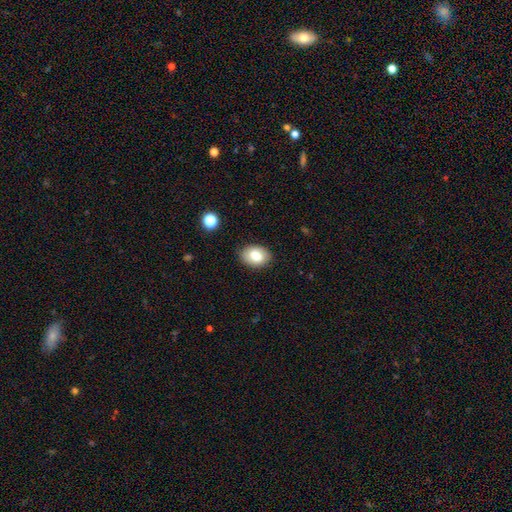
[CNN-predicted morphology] smooth_or_featured: smooth (p=0.78) [alt: featured or disk p=0.14]
how_rounded: in between (p=0.76) [alt: round p=0.23]
merging: none (p=0.87) [alt: minor disturbance p=0.10]